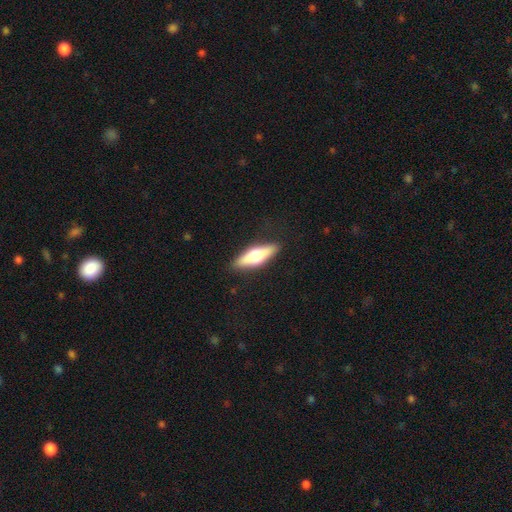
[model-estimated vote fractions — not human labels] Q: Smooth or featured?
A: smooth (53%); runner-up: featured or disk (42%)
Q: How rounded?
A: cigar-shaped (50%); runner-up: in between (47%)
Q: Merging?
A: none (87%); runner-up: minor disturbance (9%)